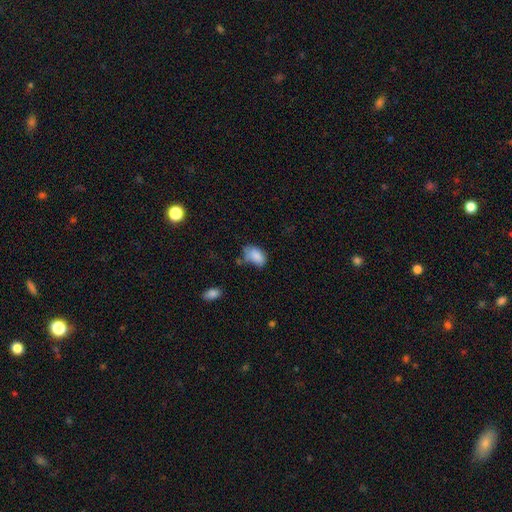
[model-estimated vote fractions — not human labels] Overall: smooth (83%). How rounded: in between (89%). Merging: none (47%; minor disturbance 34%).